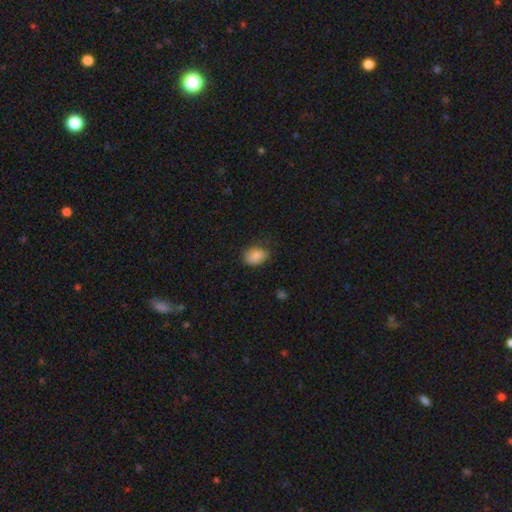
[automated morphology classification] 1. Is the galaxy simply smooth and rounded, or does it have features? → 87% smooth, 8% star or artifact, 5% featured or disk.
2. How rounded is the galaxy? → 75% in between, 24% round, 1% cigar-shaped.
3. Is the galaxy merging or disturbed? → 70% none, 24% minor disturbance, 5% major disturbance, 1% merger.